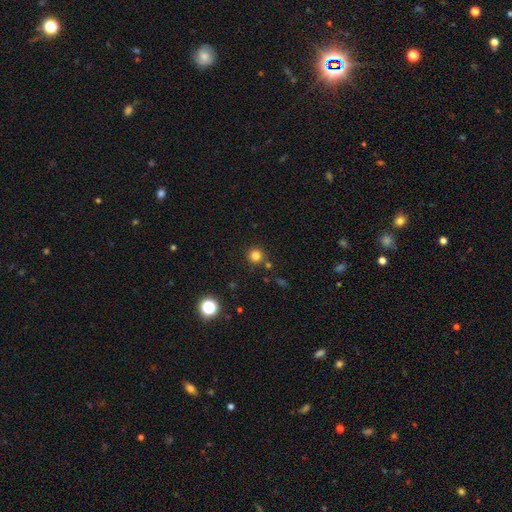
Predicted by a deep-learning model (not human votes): Smooth or featured? smooth (80%)
How rounded? round (95%)
Merging? none (85%)